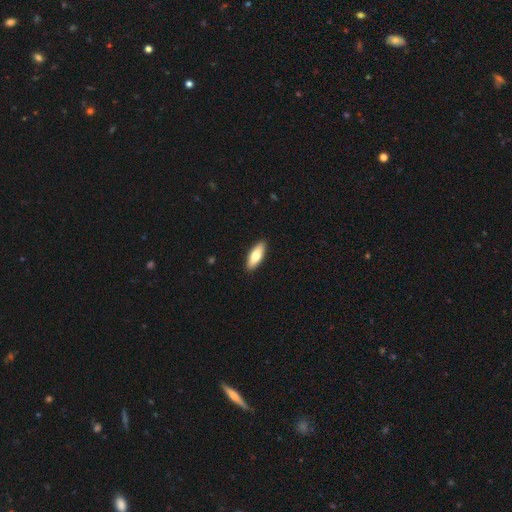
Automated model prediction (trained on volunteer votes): A smooth galaxy with no disk features (73%) that is in between round and cigar-shaped (66%).

Vote fractions:
- Smooth or featured? smooth: 73% / featured or disk: 22% / star or artifact: 6%
- How rounded? in between: 66% / cigar-shaped: 32% / round: 2%
- Merging? none: 91% / minor disturbance: 7% / major disturbance: 1% / merger: 1%